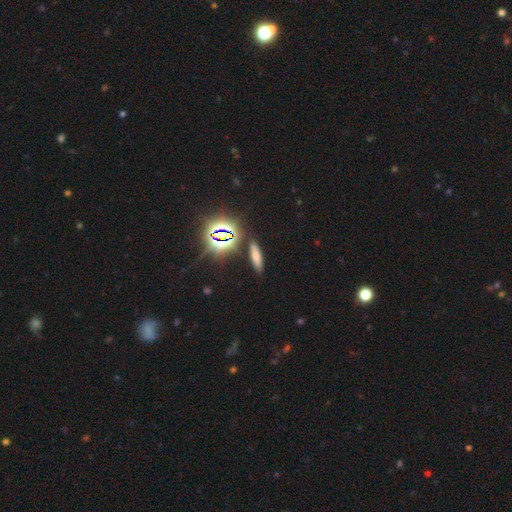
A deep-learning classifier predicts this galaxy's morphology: A smooth galaxy with no disk features (58%) that is cigar-shaped (65%).

Vote fractions:
- Smooth or featured? smooth: 58% / star or artifact: 29% / featured or disk: 13%
- How rounded? cigar-shaped: 65% / in between: 29% / round: 6%
- Merging? none: 84% / minor disturbance: 9% / merger: 4% / major disturbance: 3%